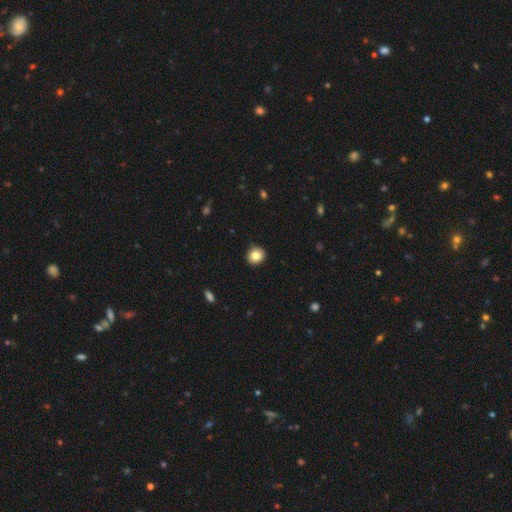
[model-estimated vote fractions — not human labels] The model was most divided on "smooth or featured": smooth: 83%, star or artifact: 10%, featured or disk: 8%. More confident: merging — none (92%); how rounded — round (89%).